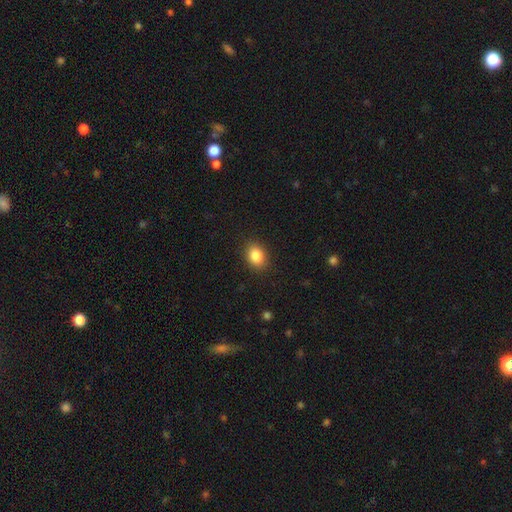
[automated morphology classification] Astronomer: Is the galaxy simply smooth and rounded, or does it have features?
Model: smooth — 86%.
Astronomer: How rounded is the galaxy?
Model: in between — 70%.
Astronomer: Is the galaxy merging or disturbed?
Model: none — 89%.